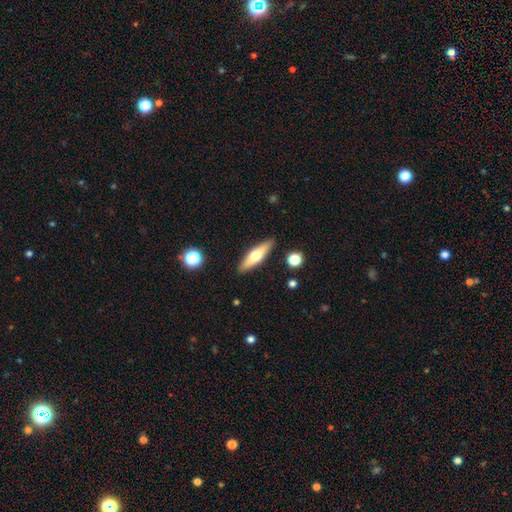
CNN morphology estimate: Smooth or featured? Predicted: smooth (p=0.53). How rounded? Predicted: cigar-shaped (p=0.66). Merging? Predicted: none (p=0.88).